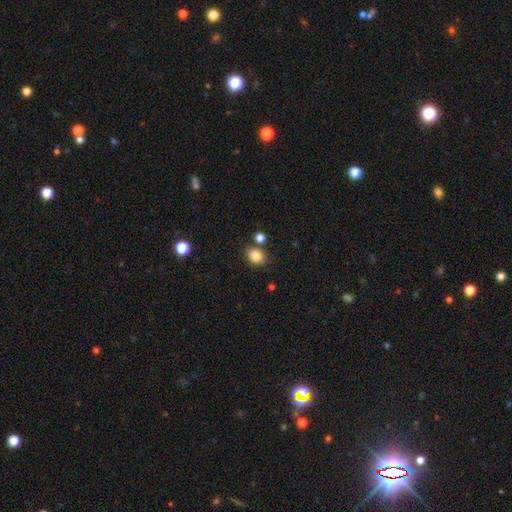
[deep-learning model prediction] smooth 85%, star or artifact 10%, featured or disk 5%. Down the decision tree: how rounded — in between (52%); merging — none (76%).